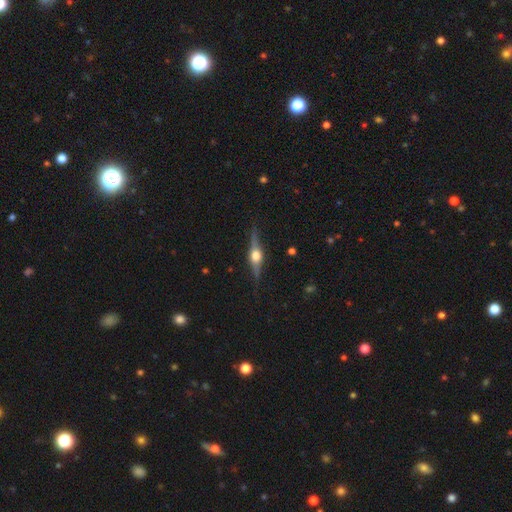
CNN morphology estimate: This appears to be a featured or disk galaxy (80%) viewed edge-on (97%) with a rounded central bulge (95%). Merging: none (88%).